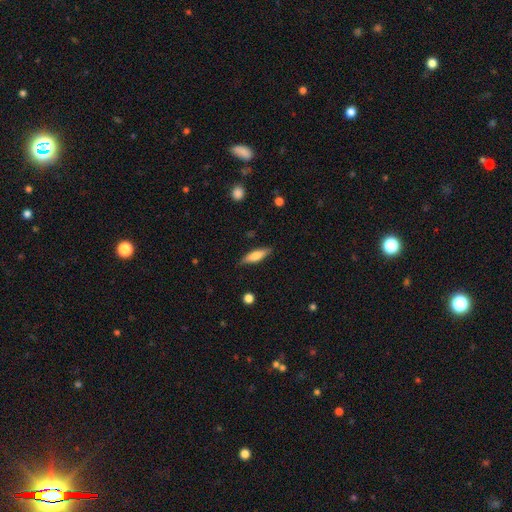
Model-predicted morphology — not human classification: Q: Smooth or featured?
A: smooth (66%); runner-up: featured or disk (28%)
Q: How rounded?
A: cigar-shaped (63%); runner-up: in between (35%)
Q: Merging?
A: none (84%); runner-up: minor disturbance (12%)